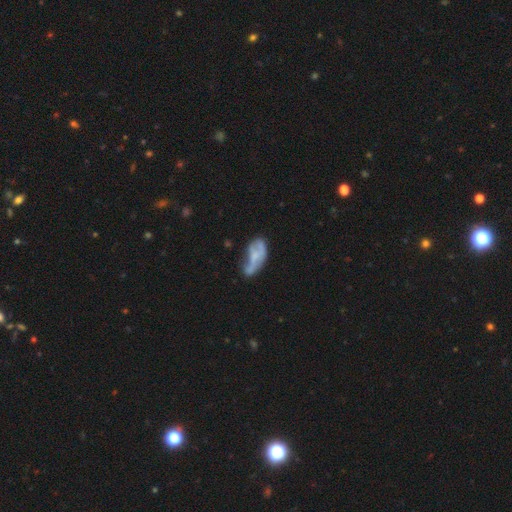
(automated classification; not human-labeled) Smooth or featured?
  - featured or disk: 45% * (tied)
  - smooth: 45% * (tied)
  - star or artifact: 9%
Merging?
  - none: 31% *
  - minor disturbance: 29%
  - major disturbance: 27%
  - merger: 13%